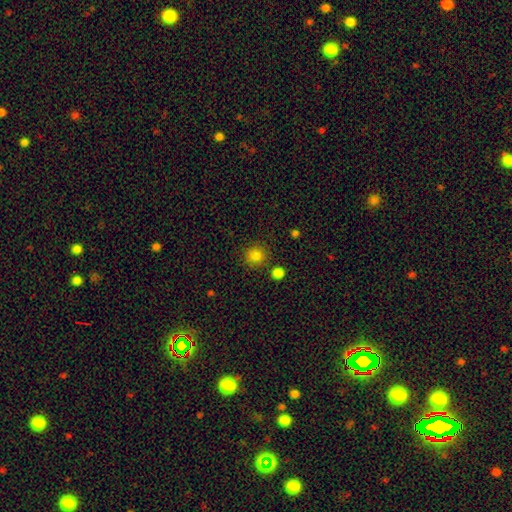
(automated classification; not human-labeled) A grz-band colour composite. It shows a smooth galaxy with no disk features (84%) that is round (90%). Merging: none (84%).